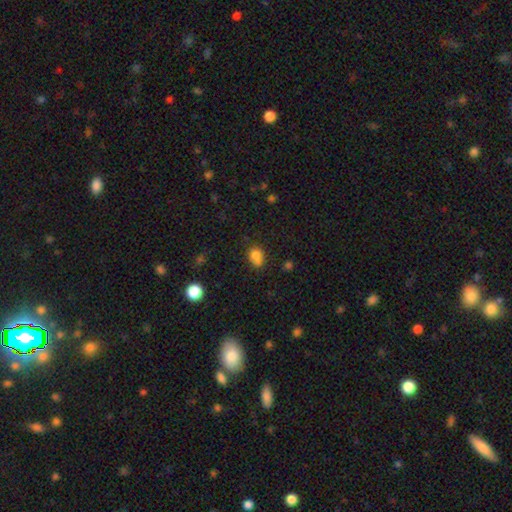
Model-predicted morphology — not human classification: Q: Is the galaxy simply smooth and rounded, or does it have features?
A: smooth — 79%.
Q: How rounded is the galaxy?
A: in between — 55%.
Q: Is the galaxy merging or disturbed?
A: none — 47%.